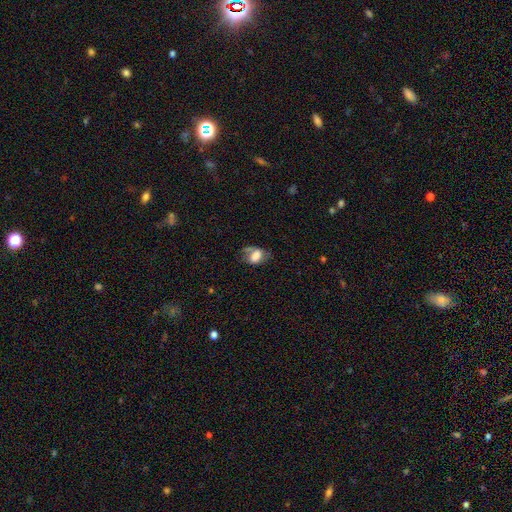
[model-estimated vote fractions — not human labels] Smooth or featured? Predicted: smooth (p=0.63). How rounded? Predicted: in between (p=0.83). Merging? Predicted: none (p=0.42).